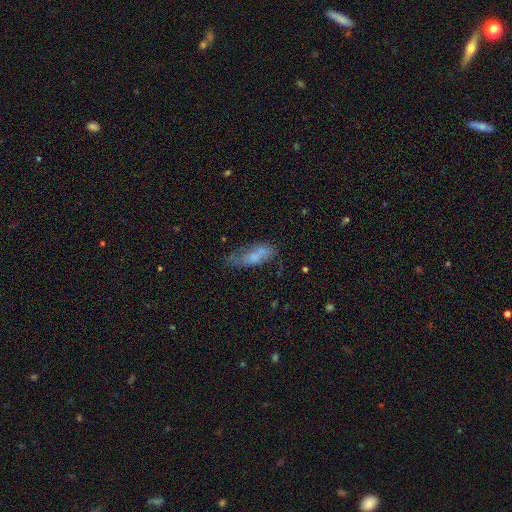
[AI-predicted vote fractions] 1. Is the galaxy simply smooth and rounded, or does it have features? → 61% smooth, 30% featured or disk, 9% star or artifact.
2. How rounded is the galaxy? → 69% in between, 29% cigar-shaped, 3% round.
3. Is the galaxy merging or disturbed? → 40% none, 28% minor disturbance, 21% major disturbance, 10% merger.